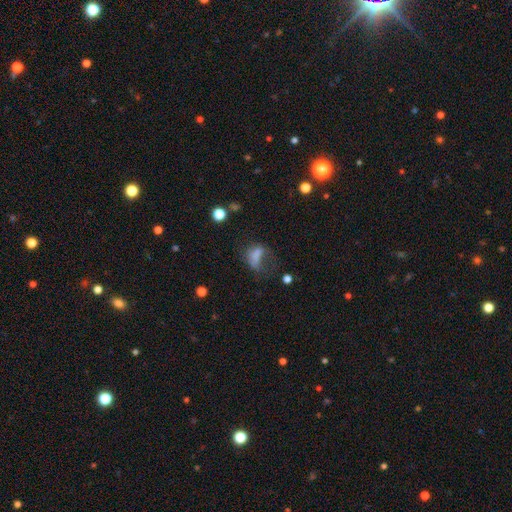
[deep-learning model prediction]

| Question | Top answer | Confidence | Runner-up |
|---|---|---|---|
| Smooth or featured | smooth | 60% | featured or disk (24%) |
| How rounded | in between | 75% | round (18%) |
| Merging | major disturbance | 50% | none (24%) |